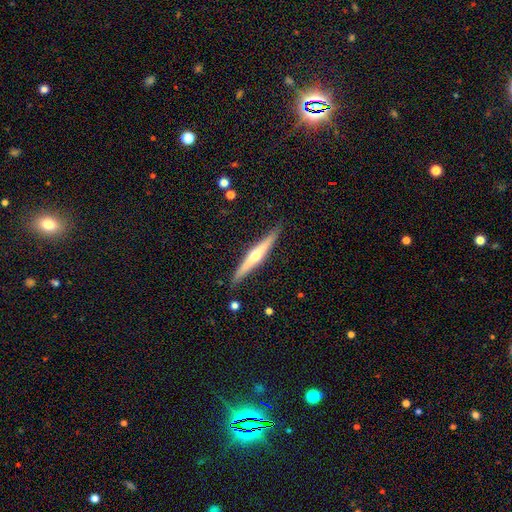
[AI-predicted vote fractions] This appears to be a featured or disk galaxy (68%) viewed edge-on (97%) with a rounded central bulge (88%). Merging: none (89%).